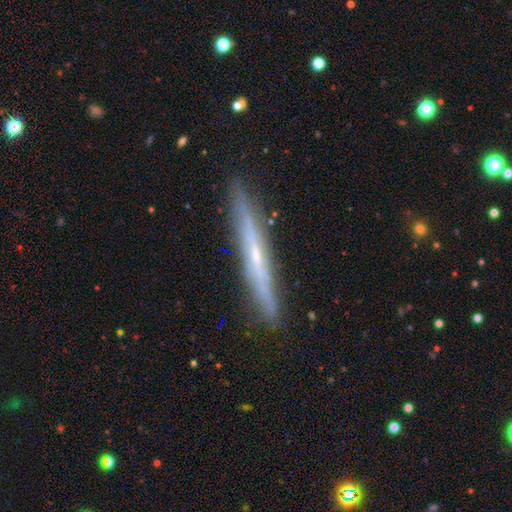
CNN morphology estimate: This appears to be a featured or disk galaxy (70%) viewed edge-on (94%) with no central bulge (52%). Merging: none (89%).